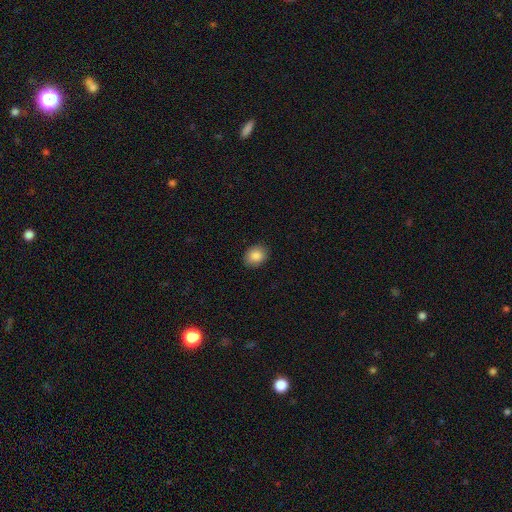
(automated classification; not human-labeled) Morphology: type=smooth (86%); roundness=in between (55%); merging=none (88%).